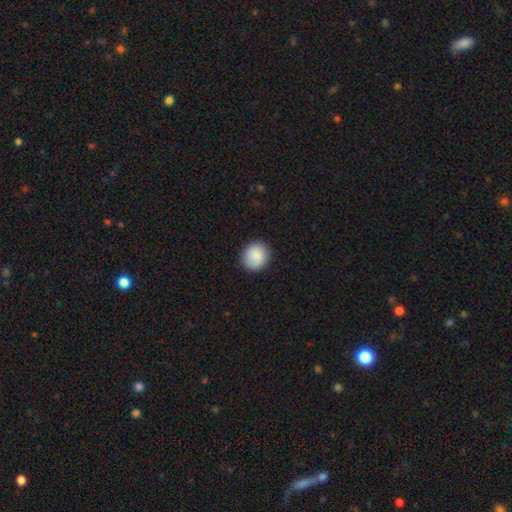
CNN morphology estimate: This appears to be a smooth galaxy with no disk features (86%) that is round (87%). Merging: none (89%).